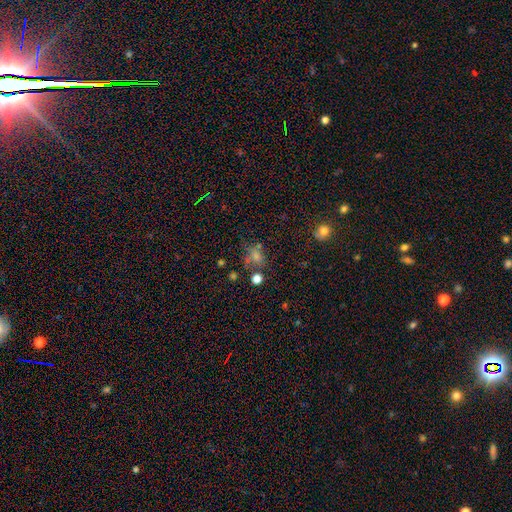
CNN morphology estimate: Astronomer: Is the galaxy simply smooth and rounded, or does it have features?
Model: smooth — 65%.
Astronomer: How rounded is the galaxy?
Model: round — 53% (runner-up: in between, 44%).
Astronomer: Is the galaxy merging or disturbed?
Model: none — 52%.